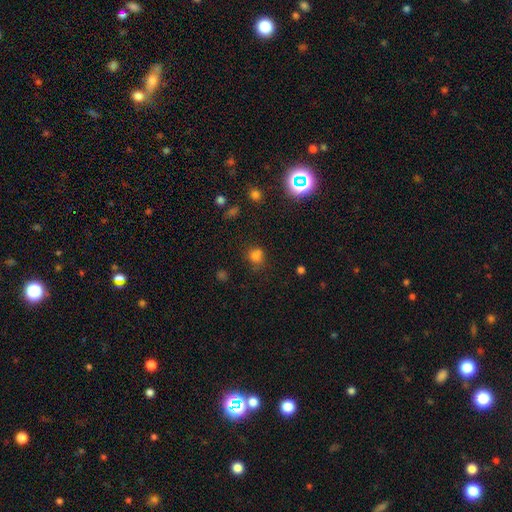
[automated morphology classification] smooth_or_featured: smooth (p=0.73) [alt: star or artifact p=0.19]
how_rounded: round (p=0.78) [alt: in between p=0.21]
merging: none (p=0.60) [alt: merger p=0.18]